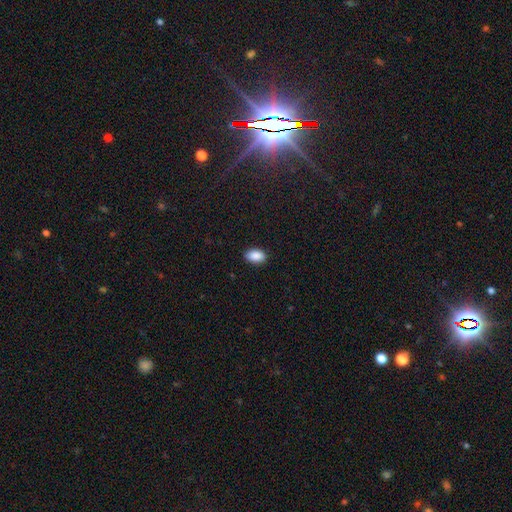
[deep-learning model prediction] This appears to be a smooth galaxy with no disk features (89%) that is in between round and cigar-shaped (91%). Merging: none (89%).